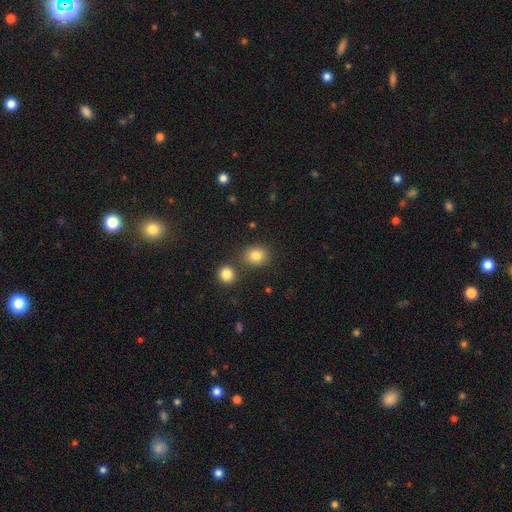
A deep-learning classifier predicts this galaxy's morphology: The model was most divided on "how rounded": round: 70%, in between: 29%, cigar-shaped: 1%. More confident: smooth or featured — smooth (82%); merging — none (79%).